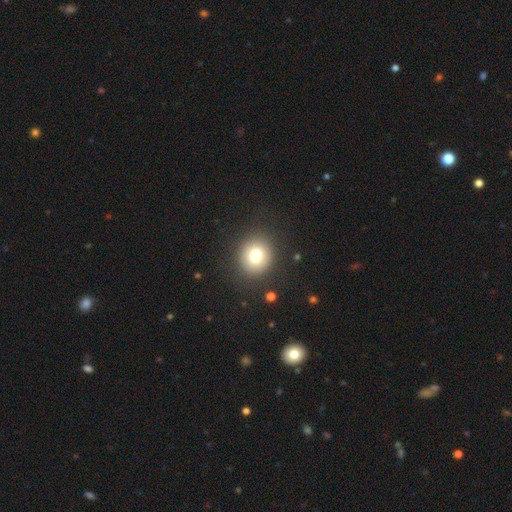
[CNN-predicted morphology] A smooth galaxy with no disk features (76%) that is round (83%). Merging: none (88%).